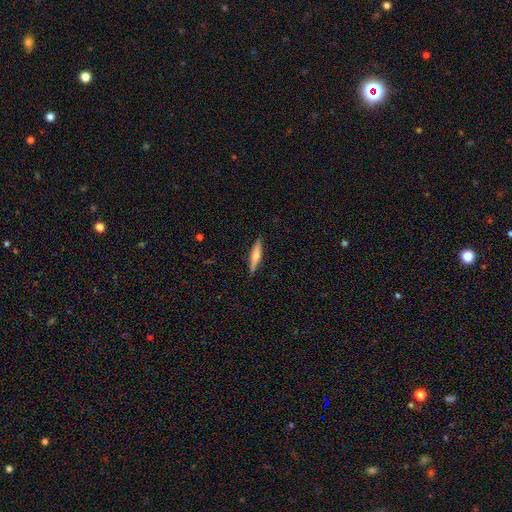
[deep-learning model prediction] A smooth galaxy with no disk features (47%, tied with featured or disk).

Vote fractions:
- Smooth or featured? smooth: 47% (tied) / featured or disk: 47% (tied) / star or artifact: 6%
- Merging? none: 89% / minor disturbance: 8% / major disturbance: 2% / merger: 1%